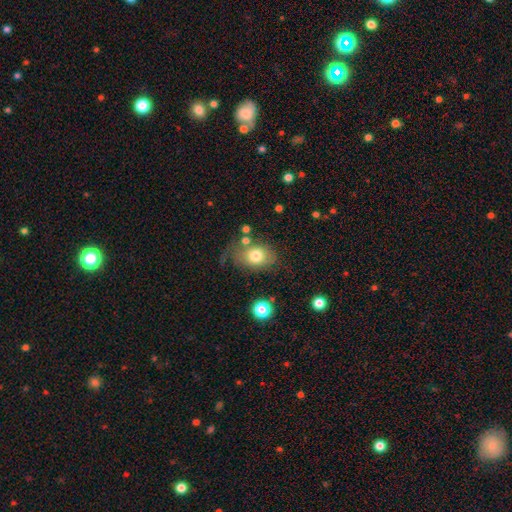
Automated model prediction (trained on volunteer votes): smooth-or-featured: smooth: 74% | featured or disk: 16% | star or artifact: 10%
  how-rounded: in between: 64% | round: 35% | cigar-shaped: 1%
  merging: none: 55% | minor disturbance: 24% | major disturbance: 14% | merger: 7%